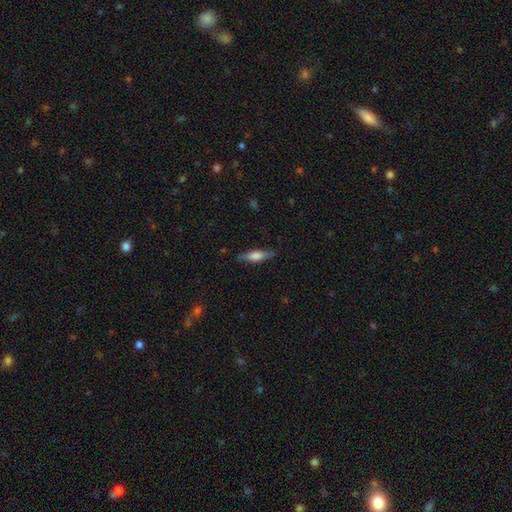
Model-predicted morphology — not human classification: Smooth or featured? Predicted: smooth (p=0.58). How rounded? Predicted: cigar-shaped (p=0.60). Merging? Predicted: none (p=0.81).